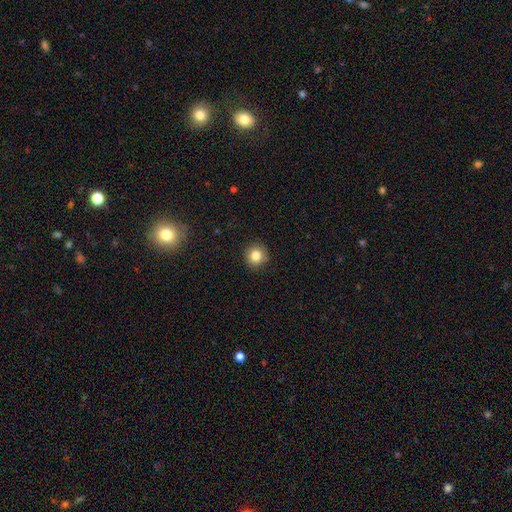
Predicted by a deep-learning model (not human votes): Morphology: type=smooth (83%); roundness=round (93%); merging=none (91%).